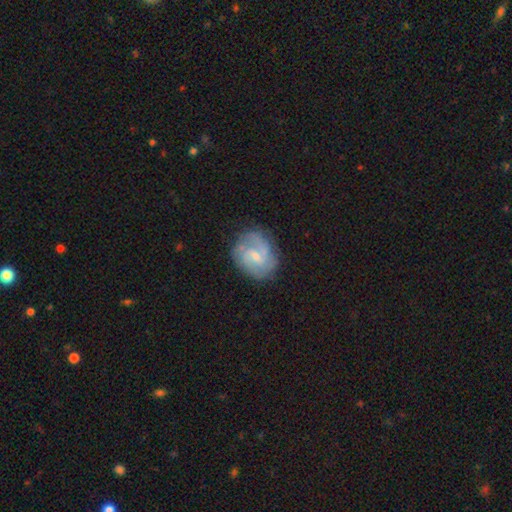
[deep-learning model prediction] This appears to be a featured or disk galaxy (73%) with a weak bar (59%), 2 (58%) medium (46%) spiral arms (89%) and a small central bulge (62%). Merging: none (71%).